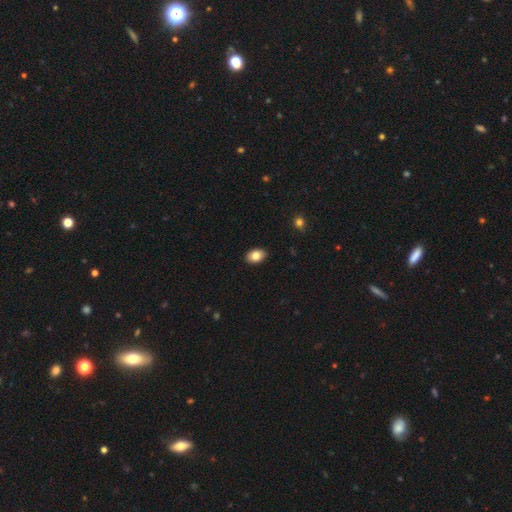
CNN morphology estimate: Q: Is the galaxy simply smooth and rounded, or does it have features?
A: smooth — 83%.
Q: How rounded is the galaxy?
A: in between — 86%.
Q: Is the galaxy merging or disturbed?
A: none — 90%.